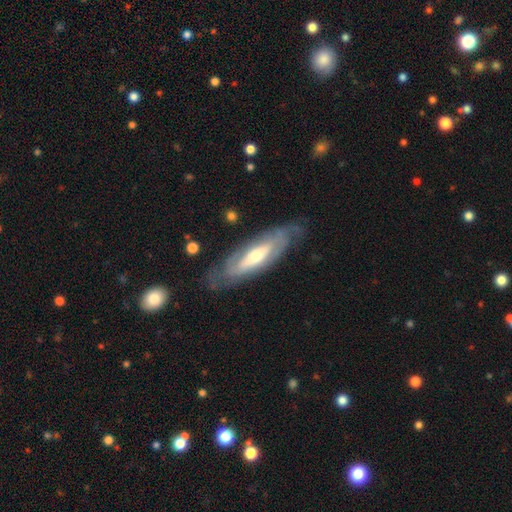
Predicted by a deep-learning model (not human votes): Smooth or featured: featured or disk — 73% (smooth — 21%)
Edge-on disk: no — 73% (yes — 27%)
Bar: no — 52% (weak — 29%)
Spiral arms: yes — 71% (no — 29%)
Bulge size: moderate — 59% (small — 31%)
Merging: none — 75% (minor disturbance — 17%)